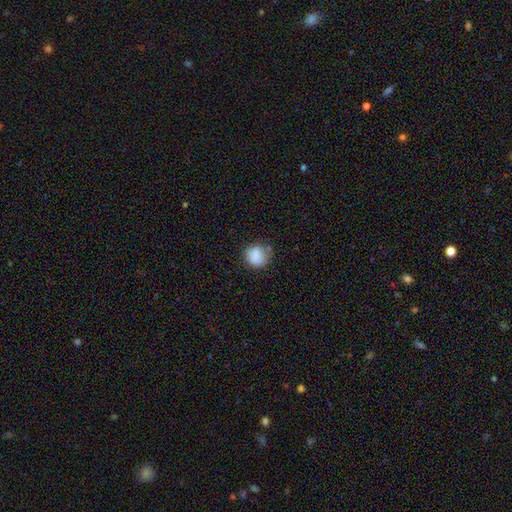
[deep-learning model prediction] smooth-or-featured: smooth: 84% | star or artifact: 8% | featured or disk: 7%
  how-rounded: round: 84% | in between: 15% | cigar-shaped: 1%
  merging: none: 69% | minor disturbance: 21% | major disturbance: 6% | merger: 4%